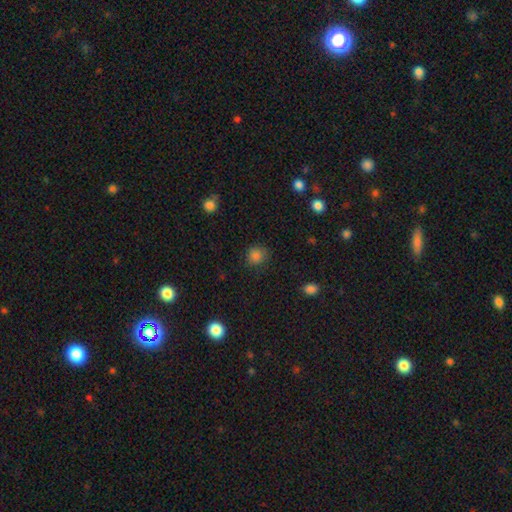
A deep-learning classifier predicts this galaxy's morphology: This appears to be a smooth galaxy with no disk features (82%) that is round (85%). Merging: none (79%).